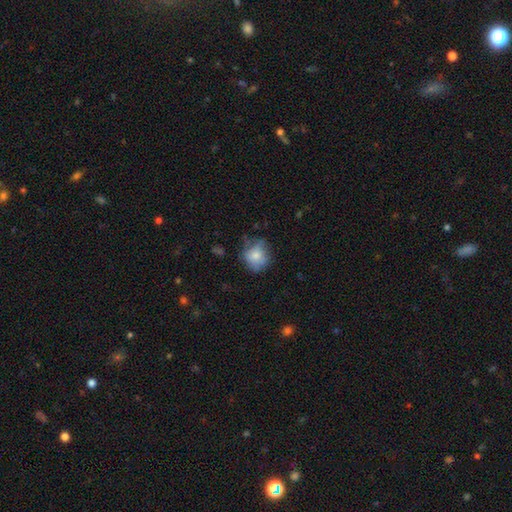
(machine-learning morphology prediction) smooth-or-featured: smooth: 74% | featured or disk: 17% | star or artifact: 9%
  how-rounded: round: 72% | in between: 27% | cigar-shaped: 1%
  merging: none: 55% | minor disturbance: 30% | major disturbance: 12% | merger: 2%